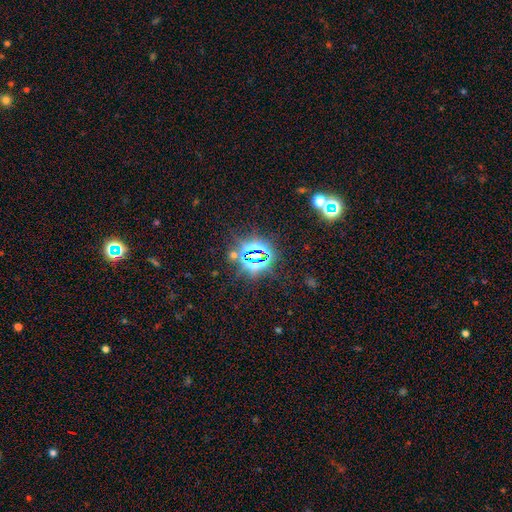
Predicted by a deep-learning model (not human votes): star or artifact 80%, smooth 11%, featured or disk 9%.